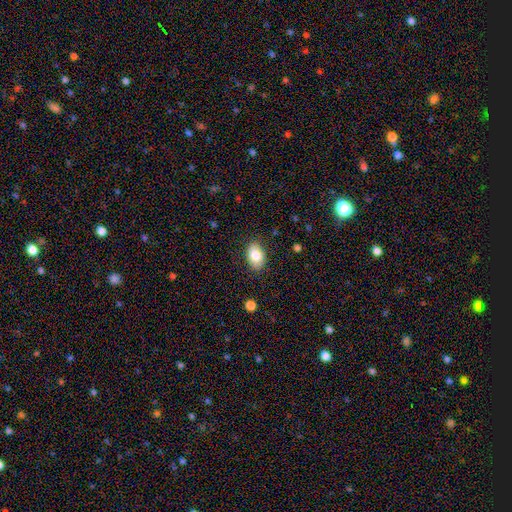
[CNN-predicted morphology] Smooth or featured? Predicted: smooth (p=0.82). How rounded? Predicted: in between (p=0.89). Merging? Predicted: none (p=0.86).